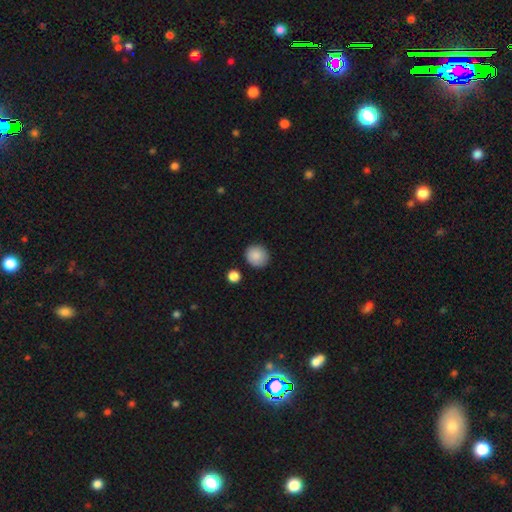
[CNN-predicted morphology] Q: Smooth or featured?
A: smooth (88%); runner-up: star or artifact (7%)
Q: How rounded?
A: round (85%); runner-up: in between (14%)
Q: Merging?
A: none (87%); runner-up: minor disturbance (9%)